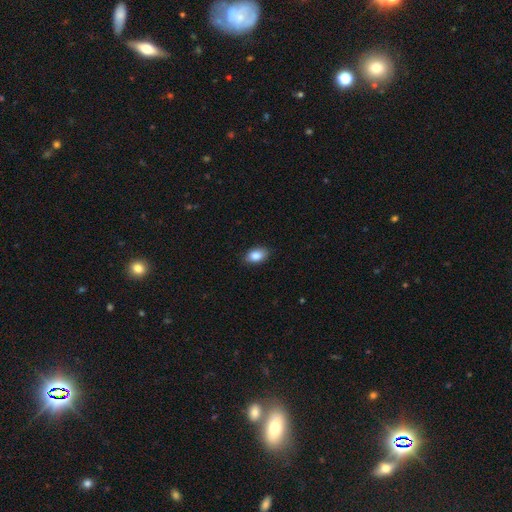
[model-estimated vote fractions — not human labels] A smooth galaxy with no disk features (87%) that is in between round and cigar-shaped (88%).

Vote fractions:
- Smooth or featured? smooth: 87% / star or artifact: 8% / featured or disk: 6%
- How rounded? in between: 88% / round: 10% / cigar-shaped: 2%
- Merging? none: 86% / minor disturbance: 11% / major disturbance: 2% / merger: 1%